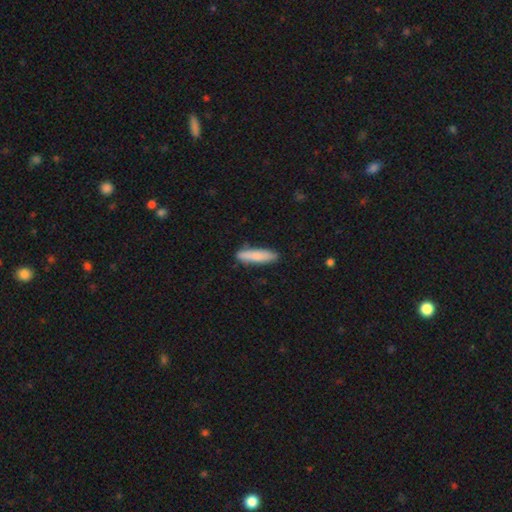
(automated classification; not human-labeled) Morphology: type=smooth (80%); roundness=cigar-shaped (80%); merging=none (84%).